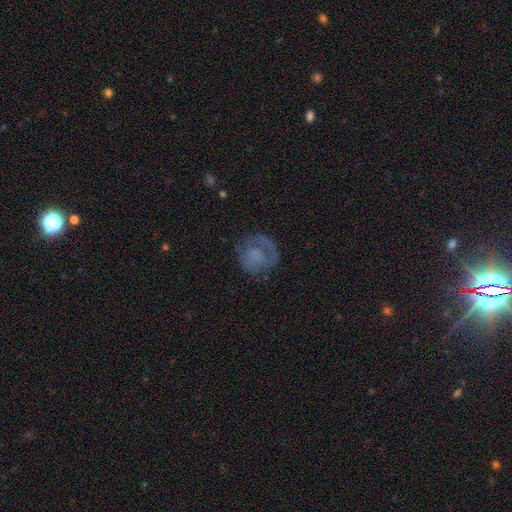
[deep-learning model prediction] Smooth or featured? smooth (47%)
Merging? none (56%)